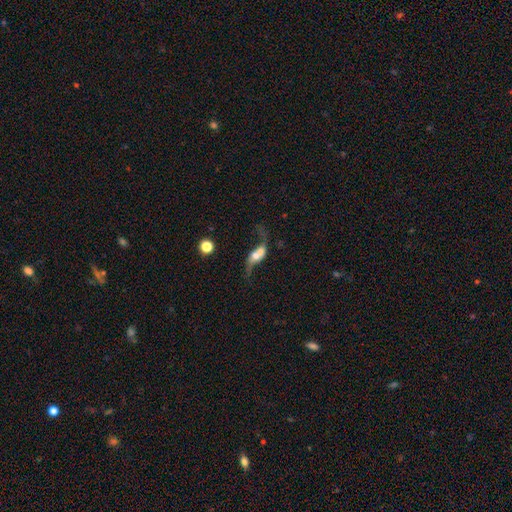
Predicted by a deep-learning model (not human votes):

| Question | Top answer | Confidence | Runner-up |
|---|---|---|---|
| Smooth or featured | featured or disk | 70% | smooth (21%) |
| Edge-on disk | no | 89% | yes (11%) |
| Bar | no | 61% | weak (27%) |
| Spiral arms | yes | 83% | no (17%) |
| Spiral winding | loose | 93% | medium (5%) |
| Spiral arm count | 2 | 90% | 1 (5%) |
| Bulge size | moderate | 49% | small (22%) |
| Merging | none | 36% | merger (32%) |